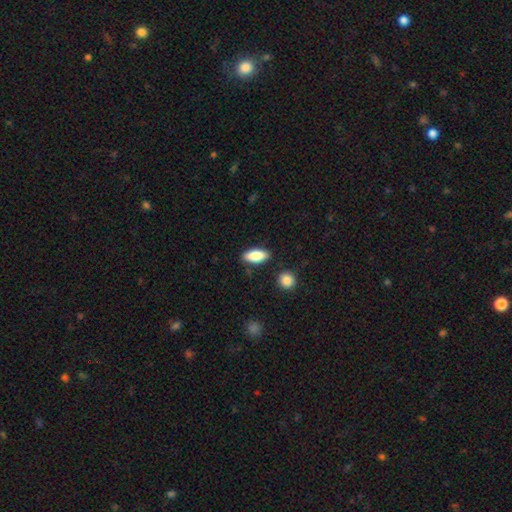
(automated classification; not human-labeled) smooth 86%, featured or disk 8%, star or artifact 6%. Down the decision tree: how rounded — in between (81%); merging — none (85%).